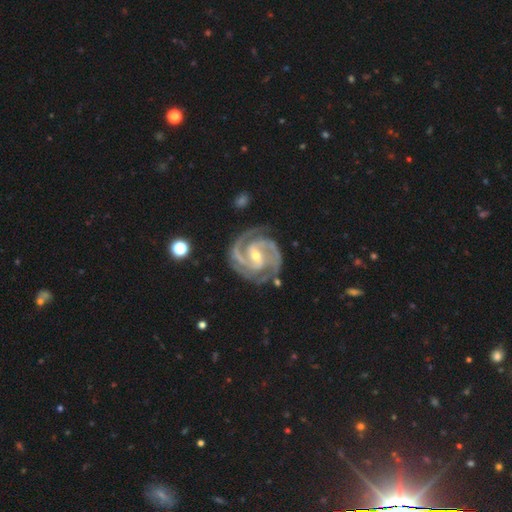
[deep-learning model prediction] This is clearly a featured or disk galaxy (94%). It is clearly not viewed edge-on (98%). Bar: marginally strong (41%). Spiral arm pattern: clearly yes (99%). Spiral arm count: possibly 2 (57%). Spiral winding: possibly tight (58%). Central bulge: possibly small (53%). Merging: likely none (79%).